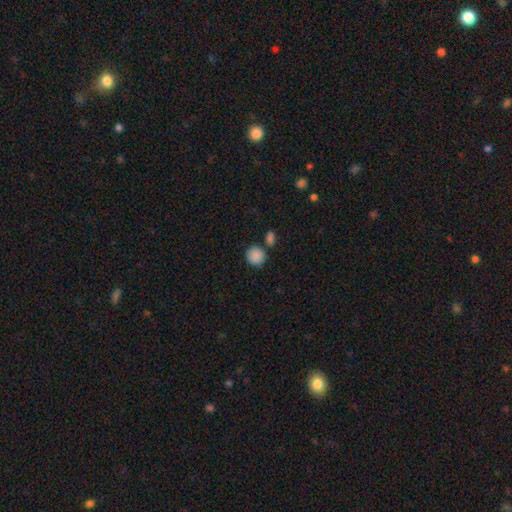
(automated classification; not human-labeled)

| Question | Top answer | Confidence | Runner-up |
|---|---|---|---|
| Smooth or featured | smooth | 88% | star or artifact (8%) |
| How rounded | round | 87% | in between (12%) |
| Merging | none | 74% | merger (12%) |